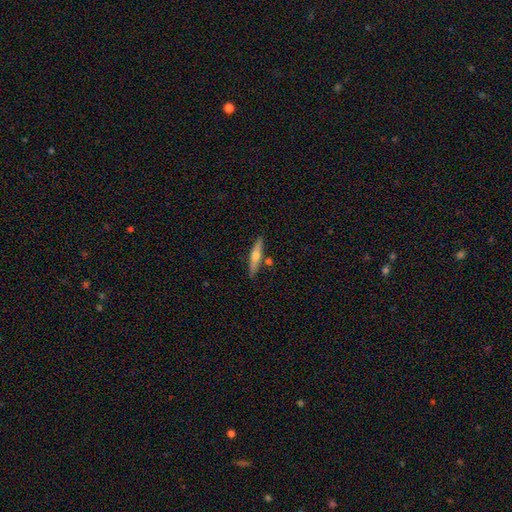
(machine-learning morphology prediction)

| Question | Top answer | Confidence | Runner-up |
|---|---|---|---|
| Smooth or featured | featured or disk | 48% | smooth (46%) |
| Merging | none | 80% | minor disturbance (10%) |